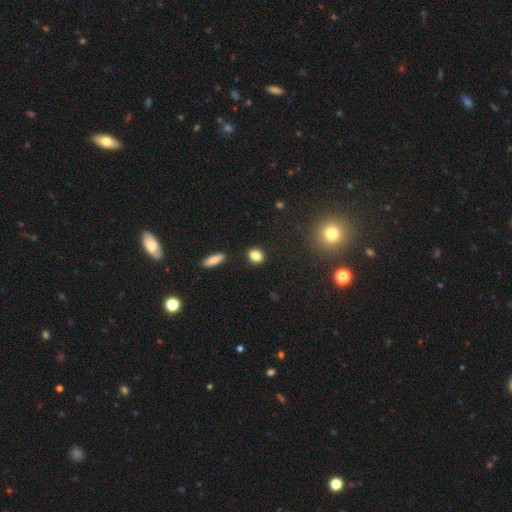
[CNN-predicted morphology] Q: Smooth or featured?
A: smooth (83%); runner-up: star or artifact (10%)
Q: How rounded?
A: round (53%); runner-up: in between (44%)
Q: Merging?
A: none (86%); runner-up: minor disturbance (9%)